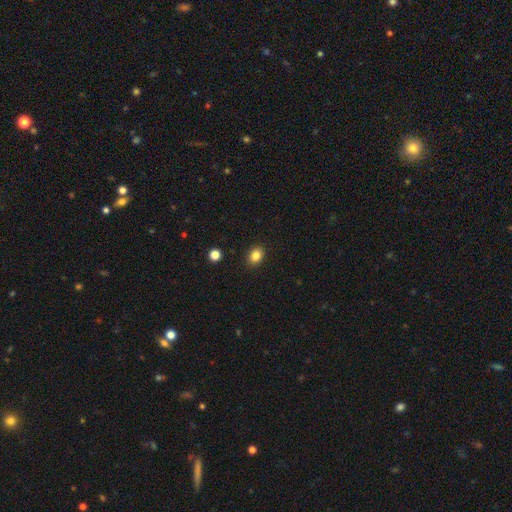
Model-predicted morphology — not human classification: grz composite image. It shows a smooth galaxy with no disk features (84%) that is in between round and cigar-shaped (55%). Merging: none (90%).